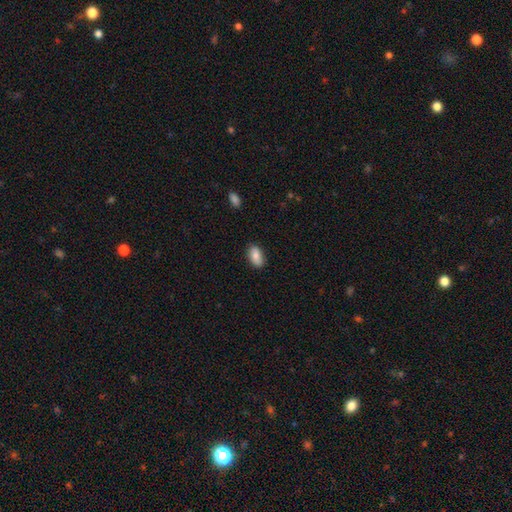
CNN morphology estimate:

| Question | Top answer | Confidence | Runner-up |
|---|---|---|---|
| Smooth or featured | smooth | 86% | featured or disk (7%) |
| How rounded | in between | 92% | round (4%) |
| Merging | none | 84% | minor disturbance (12%) |